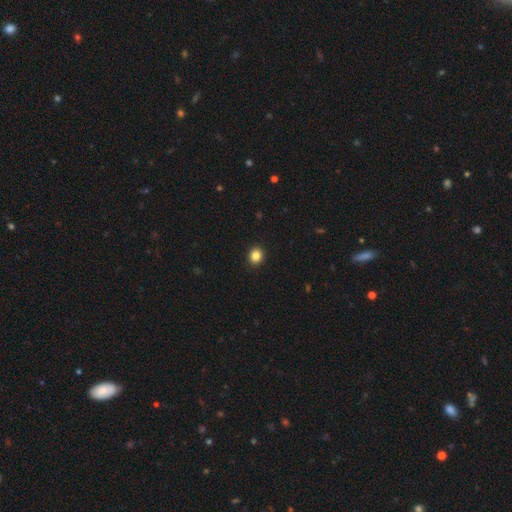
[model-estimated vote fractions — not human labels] The model was most divided on "how rounded": round: 83%, in between: 16%, cigar-shaped: 1%. More confident: merging — none (93%); smooth or featured — smooth (85%).